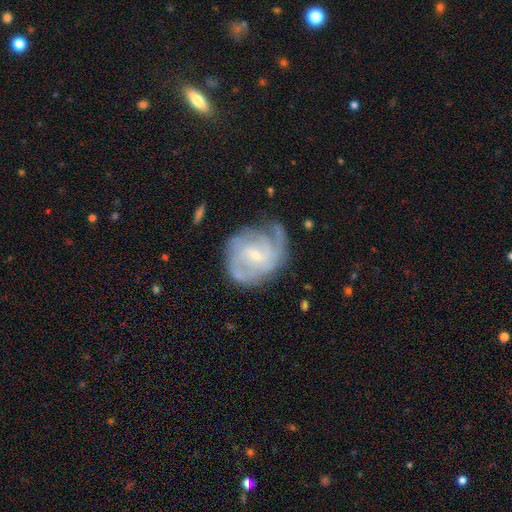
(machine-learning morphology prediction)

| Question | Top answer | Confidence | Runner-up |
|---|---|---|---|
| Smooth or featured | featured or disk | 81% | smooth (13%) |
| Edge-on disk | no | 98% | yes (2%) |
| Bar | weak | 46% | no (43%) |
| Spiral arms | yes | 92% | no (8%) |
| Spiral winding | tight | 44% | medium (40%) |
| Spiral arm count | can't tell | 30% | tied: 2 (30%) |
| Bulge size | small | 75% | moderate (21%) |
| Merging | none | 56% | minor disturbance (25%) |